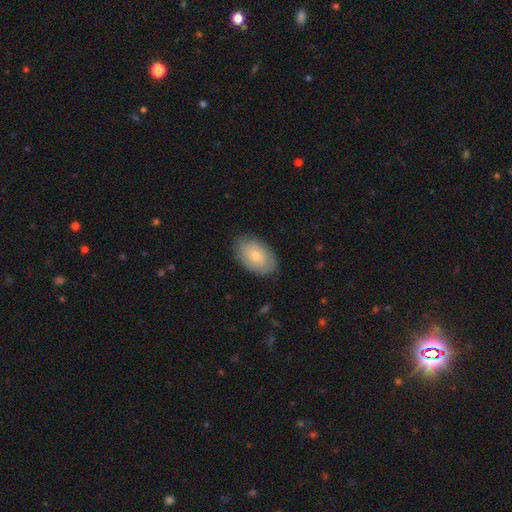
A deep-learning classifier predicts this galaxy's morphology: Smooth or featured? smooth (72%)
How rounded? in between (91%)
Merging? none (83%)